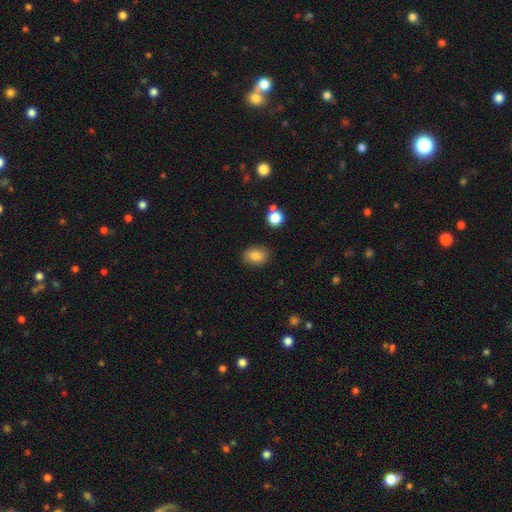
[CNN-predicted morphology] Q: Smooth or featured?
A: smooth (83%); runner-up: star or artifact (9%)
Q: How rounded?
A: in between (70%); runner-up: round (29%)
Q: Merging?
A: none (86%); runner-up: minor disturbance (10%)